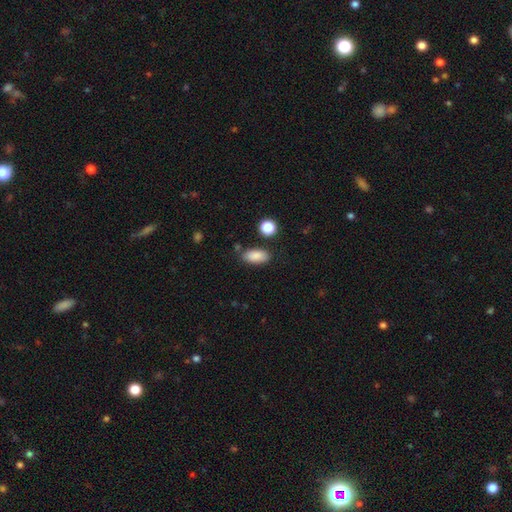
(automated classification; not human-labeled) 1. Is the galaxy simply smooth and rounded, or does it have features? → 87% smooth, 8% star or artifact, 5% featured or disk.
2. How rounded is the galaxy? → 89% in between, 7% cigar-shaped, 4% round.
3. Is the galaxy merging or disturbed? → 80% none, 13% minor disturbance, 4% merger, 3% major disturbance.